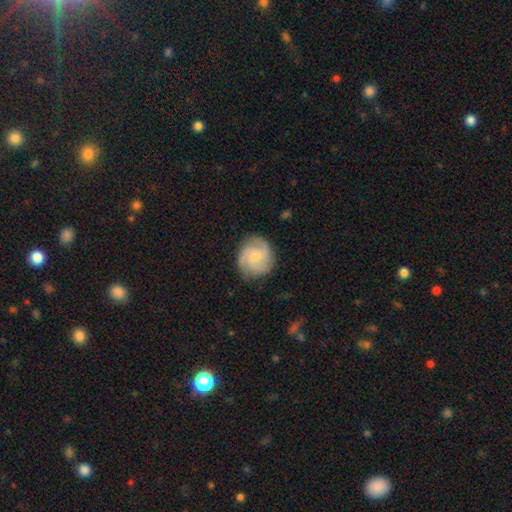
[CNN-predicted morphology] featured or disk 70%, smooth 24%, star or artifact 6%. Down the decision tree: edge-on disk — no (98%); bar — no (60%); spiral arms — yes (95%); spiral arm count — 3 (45%); spiral winding — tight (44%); bulge size — small (61%); merging — none (80%).